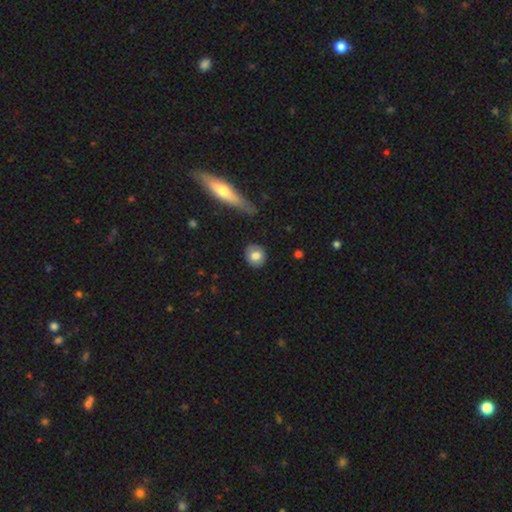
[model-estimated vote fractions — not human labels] Q: Smooth or featured?
A: smooth (78%); runner-up: featured or disk (14%)
Q: How rounded?
A: round (78%); runner-up: in between (20%)
Q: Merging?
A: none (85%); runner-up: minor disturbance (10%)